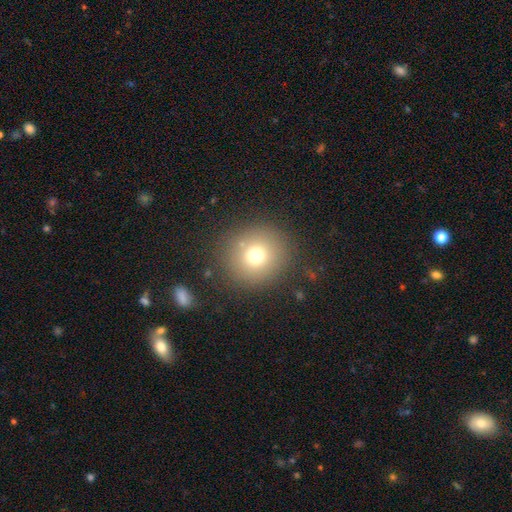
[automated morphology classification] This appears to be a smooth galaxy with no disk features (72%) that is round (93%). Merging: none (86%).